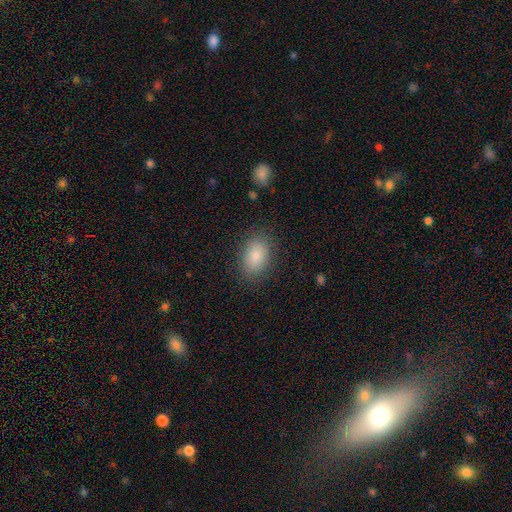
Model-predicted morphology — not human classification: This is clearly a smooth galaxy (86%). How rounded: clearly in between (88%). Merging: clearly none (85%).